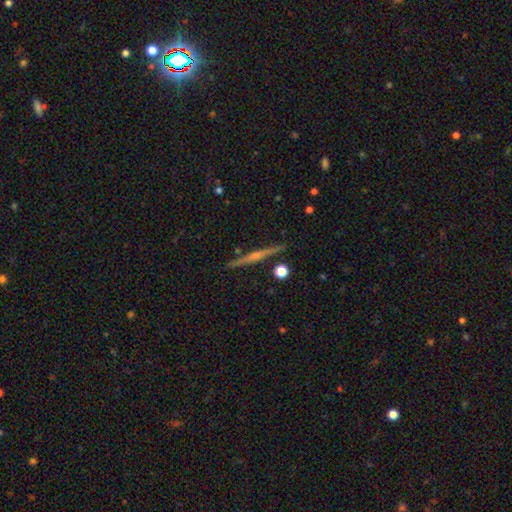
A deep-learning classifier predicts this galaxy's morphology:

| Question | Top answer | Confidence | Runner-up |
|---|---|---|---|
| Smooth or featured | featured or disk | 75% | smooth (18%) |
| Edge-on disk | yes | 98% | no (2%) |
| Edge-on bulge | rounded | 61% | none (29%) |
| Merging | none | 92% | minor disturbance (6%) |